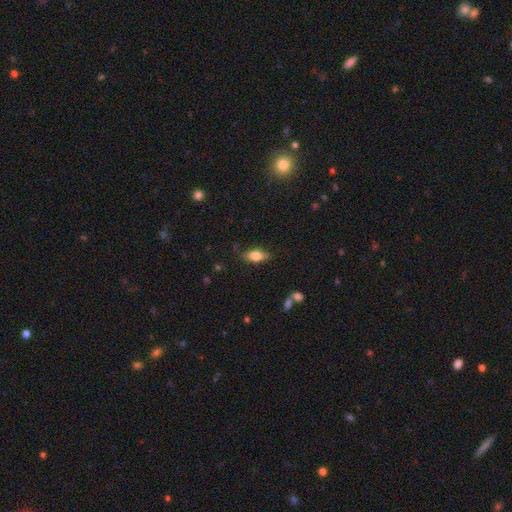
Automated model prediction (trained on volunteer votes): This appears to be a smooth galaxy with no disk features (67%) that is in between round and cigar-shaped (78%). Merging: none (80%).